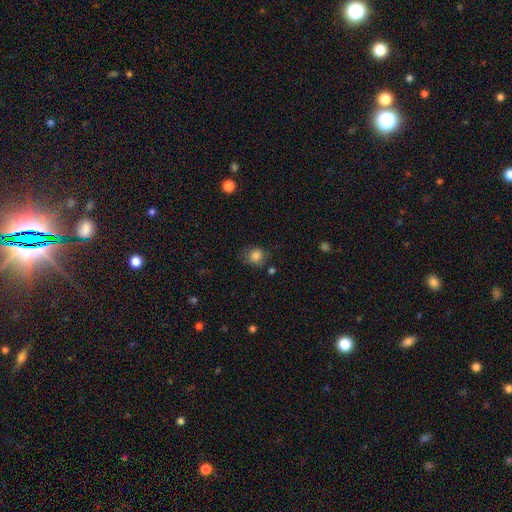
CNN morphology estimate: Smooth or featured? Predicted: smooth (p=0.83). How rounded? Predicted: round (p=0.66). Merging? Predicted: none (p=0.65).